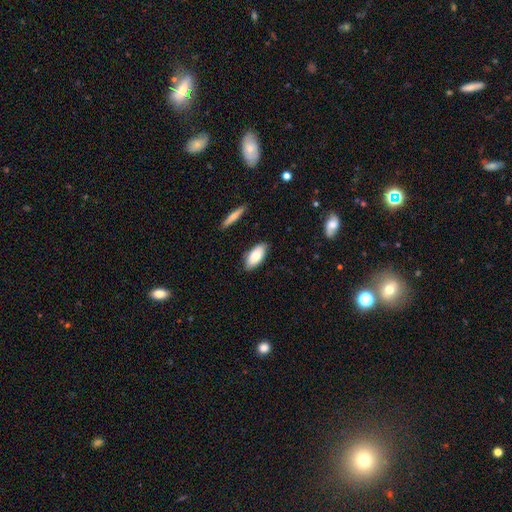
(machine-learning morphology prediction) A smooth galaxy with no disk features (81%) that is in between round and cigar-shaped (90%).

Vote fractions:
- Smooth or featured? smooth: 81% / featured or disk: 13% / star or artifact: 6%
- How rounded? in between: 90% / cigar-shaped: 8% / round: 2%
- Merging? none: 85% / minor disturbance: 11% / merger: 2% / major disturbance: 2%